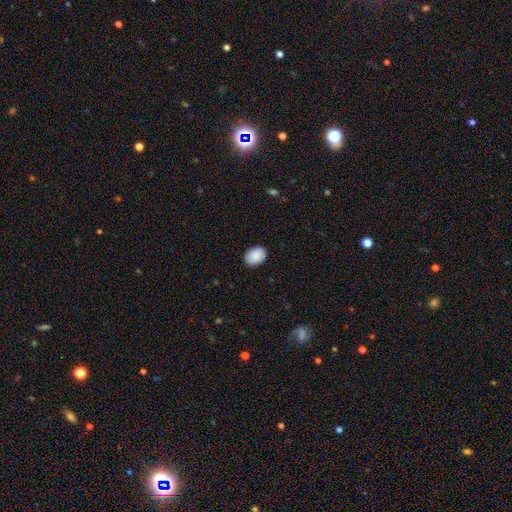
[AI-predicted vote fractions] A smooth galaxy with no disk features (89%) that is in between round and cigar-shaped (73%).

Vote fractions:
- Smooth or featured? smooth: 89% / star or artifact: 7% / featured or disk: 4%
- How rounded? in between: 73% / round: 27% / cigar-shaped: 1%
- Merging? none: 89% / minor disturbance: 9% / major disturbance: 2% / merger: 1%